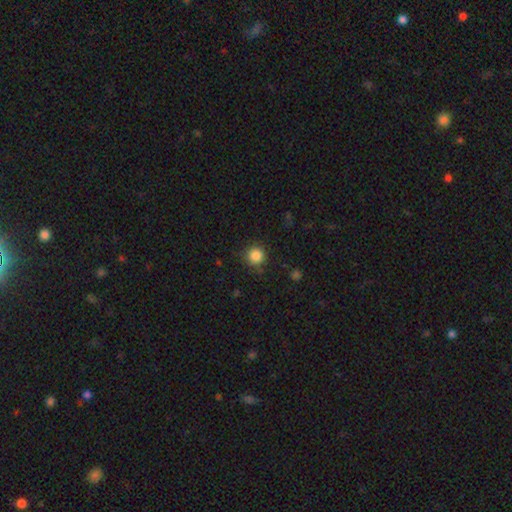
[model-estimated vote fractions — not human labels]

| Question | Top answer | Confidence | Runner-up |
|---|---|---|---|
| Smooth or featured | smooth | 85% | star or artifact (11%) |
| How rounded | round | 95% | in between (5%) |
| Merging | none | 87% | minor disturbance (9%) |